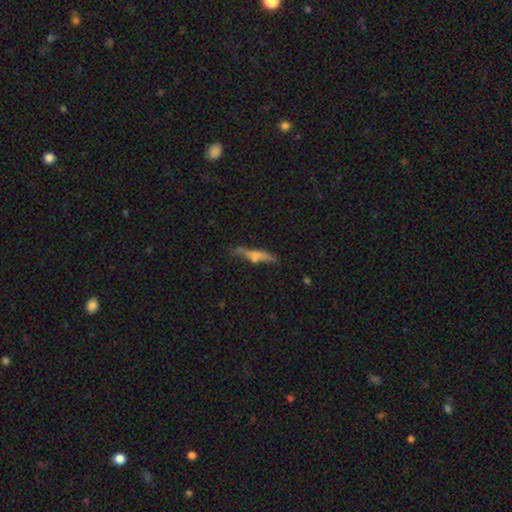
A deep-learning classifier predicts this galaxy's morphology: The model was most divided on "smooth or featured": smooth: 59%, featured or disk: 32%, star or artifact: 9%. More confident: how rounded — cigar-shaped (82%); merging — none (60%).